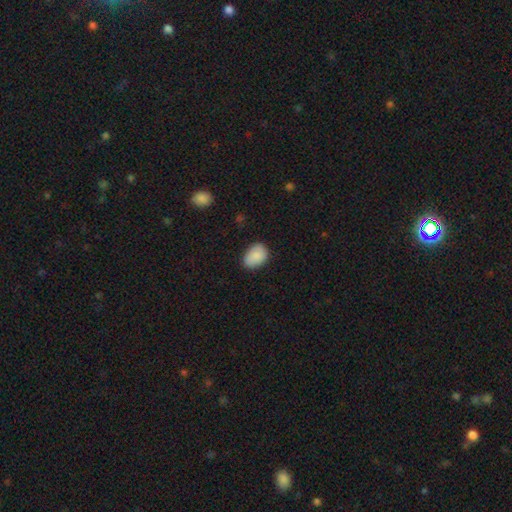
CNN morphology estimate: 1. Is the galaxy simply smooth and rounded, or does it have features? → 87% smooth, 7% star or artifact, 6% featured or disk.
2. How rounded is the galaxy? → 77% in between, 22% round, 1% cigar-shaped.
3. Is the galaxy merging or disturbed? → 79% none, 17% minor disturbance, 3% major disturbance, 1% merger.